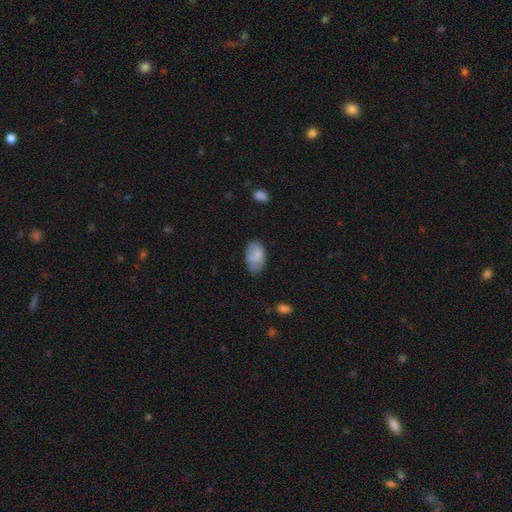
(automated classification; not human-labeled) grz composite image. It shows a smooth galaxy with no disk features (80%) that is in between round and cigar-shaped (93%). Merging: none (62%).